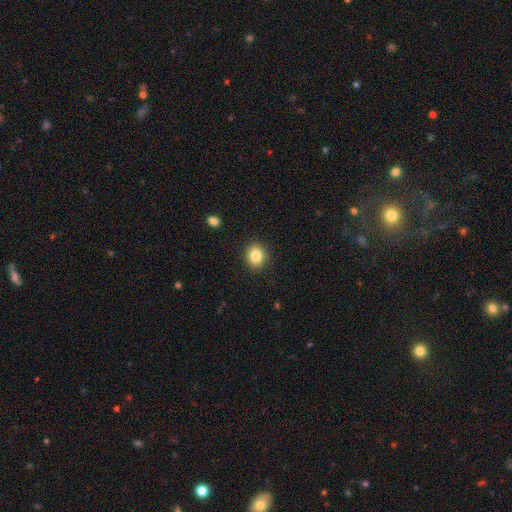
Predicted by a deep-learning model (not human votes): A smooth galaxy with no disk features (84%) that is round (78%).

Vote fractions:
- Smooth or featured? smooth: 84% / star or artifact: 10% / featured or disk: 6%
- How rounded? round: 78% / in between: 21% / cigar-shaped: 1%
- Merging? none: 90% / minor disturbance: 7% / major disturbance: 2% / merger: 1%